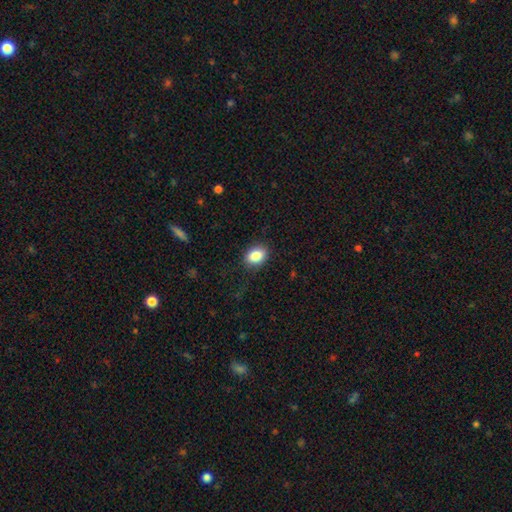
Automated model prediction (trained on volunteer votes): smooth 86%, star or artifact 8%, featured or disk 6%. Down the decision tree: how rounded — in between (71%); merging — none (85%).